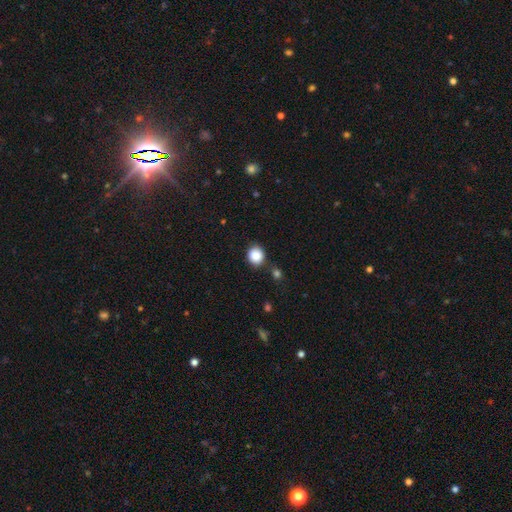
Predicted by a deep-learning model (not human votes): Morphology: type=smooth (87%); roundness=round (78%); merging=none (80%).